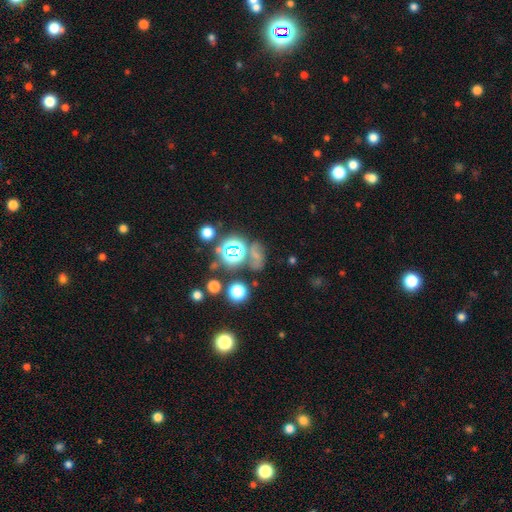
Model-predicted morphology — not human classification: Smooth or featured: star or artifact — 44% (smooth — 39%)